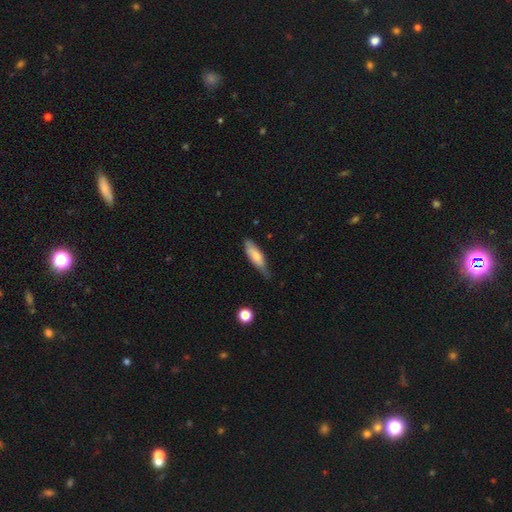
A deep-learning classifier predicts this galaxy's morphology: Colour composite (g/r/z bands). It shows a smooth galaxy with no disk features (71%) that is cigar-shaped (55%). Merging: none (52%).